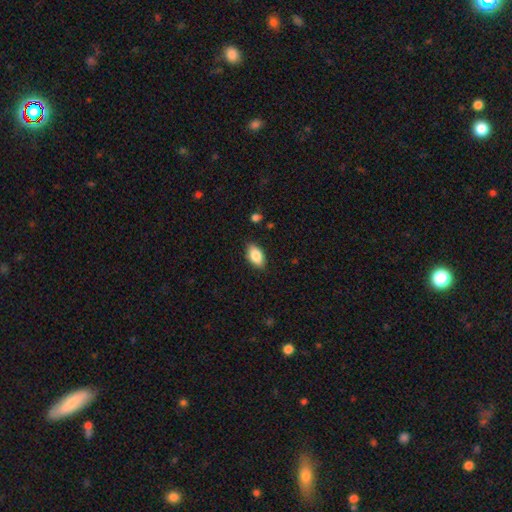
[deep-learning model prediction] smooth_or_featured: smooth (p=0.83) [alt: featured or disk p=0.09]
how_rounded: in between (p=0.92) [alt: round p=0.04]
merging: none (p=0.86) [alt: minor disturbance p=0.10]